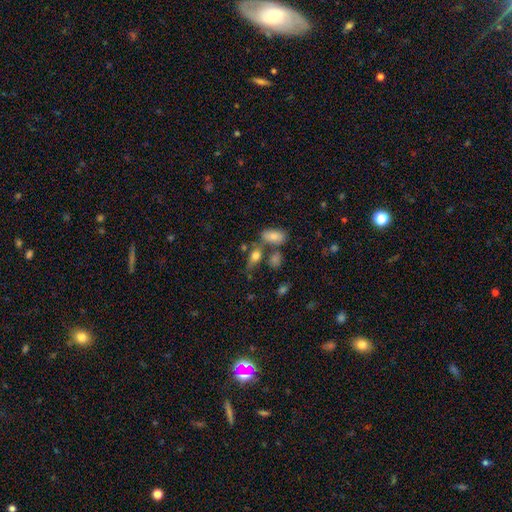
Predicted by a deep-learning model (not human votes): This is likely a smooth galaxy (71%). How rounded: likely in between (76%). Merging: possibly none (49%).